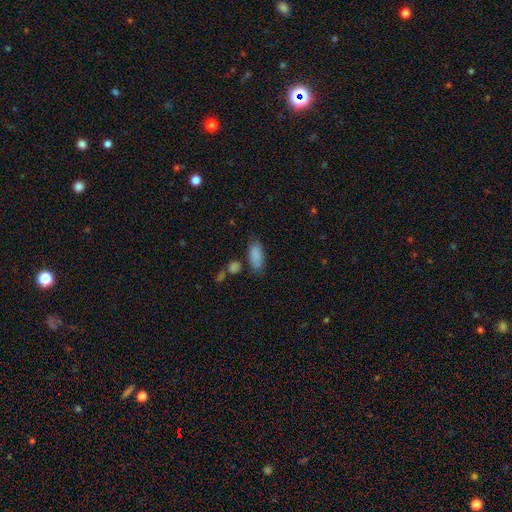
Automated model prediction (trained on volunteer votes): smooth-or-featured: smooth: 86% | star or artifact: 8% | featured or disk: 6%
  how-rounded: in between: 86% | cigar-shaped: 11% | round: 3%
  merging: none: 69% | minor disturbance: 18% | merger: 8% | major disturbance: 5%